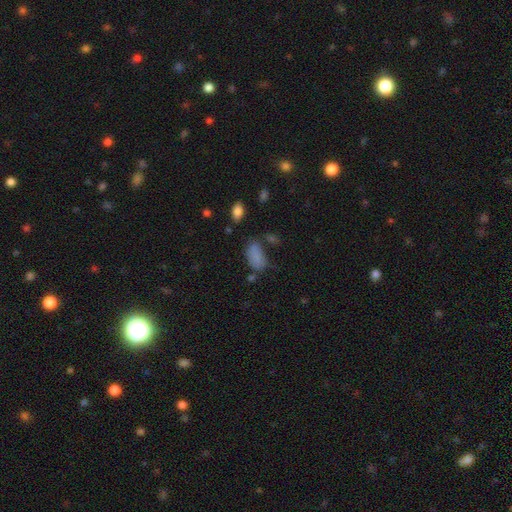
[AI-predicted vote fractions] Overall: smooth (82%). How rounded: in between (92%). Merging: none (57%; minor disturbance 24%).